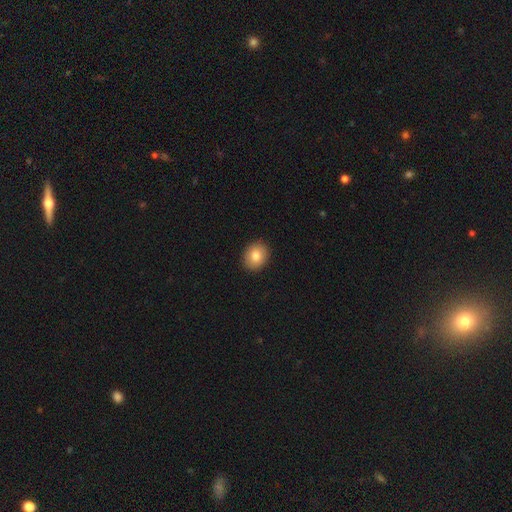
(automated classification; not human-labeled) Q: Smooth or featured?
A: smooth (82%); runner-up: featured or disk (9%)
Q: How rounded?
A: round (59%); runner-up: in between (40%)
Q: Merging?
A: none (91%); runner-up: minor disturbance (6%)